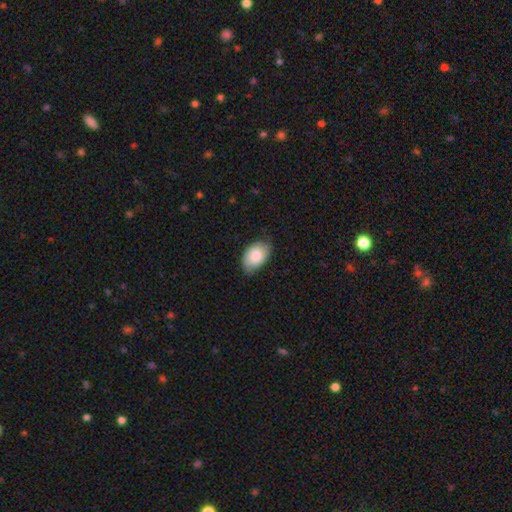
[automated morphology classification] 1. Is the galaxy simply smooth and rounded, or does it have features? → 78% smooth, 16% featured or disk, 6% star or artifact.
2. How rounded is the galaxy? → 90% in between, 9% round, 1% cigar-shaped.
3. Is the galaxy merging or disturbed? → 70% none, 25% minor disturbance, 4% major disturbance, 1% merger.